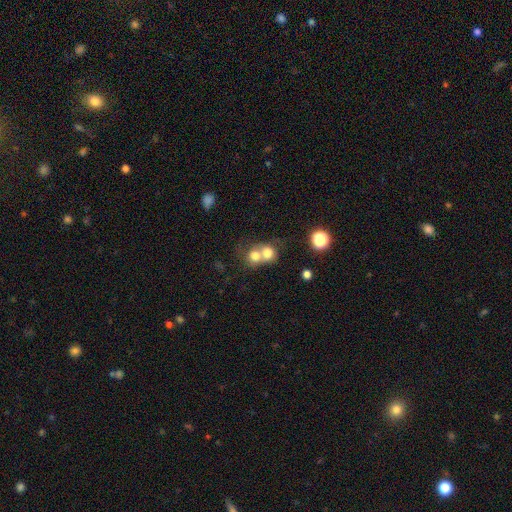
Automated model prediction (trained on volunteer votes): smooth 72%, featured or disk 17%, star or artifact 11%. Down the decision tree: how rounded — round (75%); merging — merger (69%).